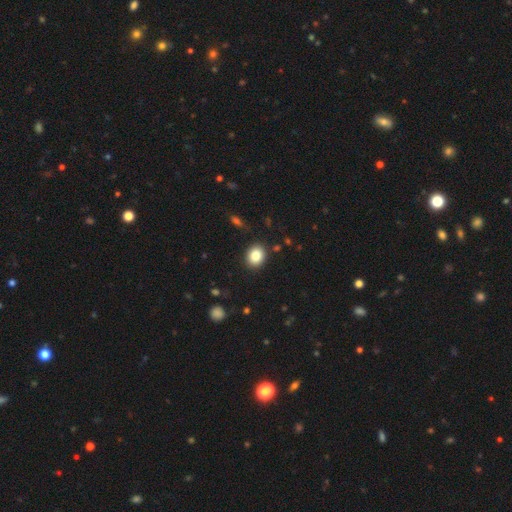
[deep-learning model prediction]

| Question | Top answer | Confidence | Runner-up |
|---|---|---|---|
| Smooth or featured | smooth | 86% | star or artifact (9%) |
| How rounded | round | 53% | in between (46%) |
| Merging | none | 88% | minor disturbance (8%) |